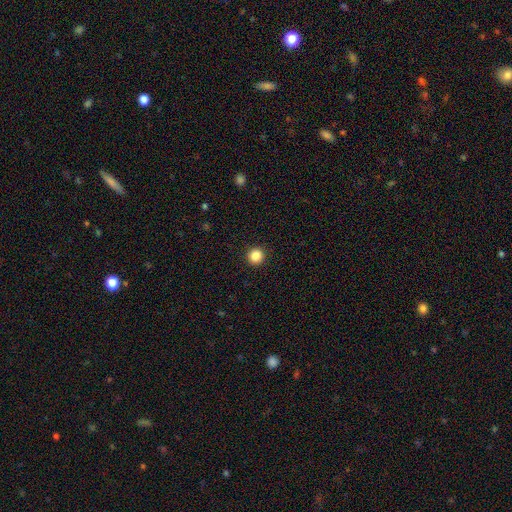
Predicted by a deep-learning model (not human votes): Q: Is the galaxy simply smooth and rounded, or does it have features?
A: smooth — 86%.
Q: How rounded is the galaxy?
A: round — 94%.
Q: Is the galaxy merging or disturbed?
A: none — 93%.